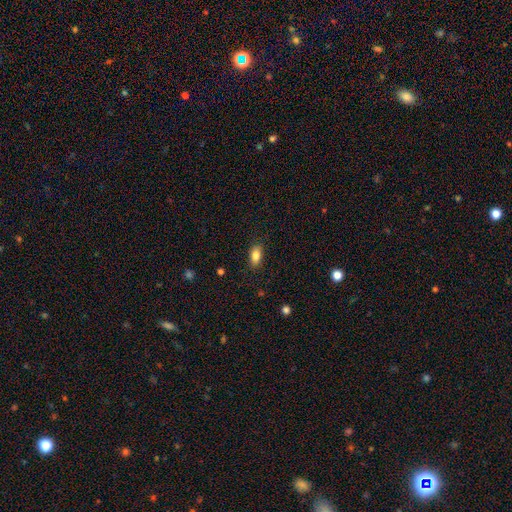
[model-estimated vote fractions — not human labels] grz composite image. It shows a smooth galaxy with no disk features (84%) that is in between round and cigar-shaped (88%). Merging: none (85%).